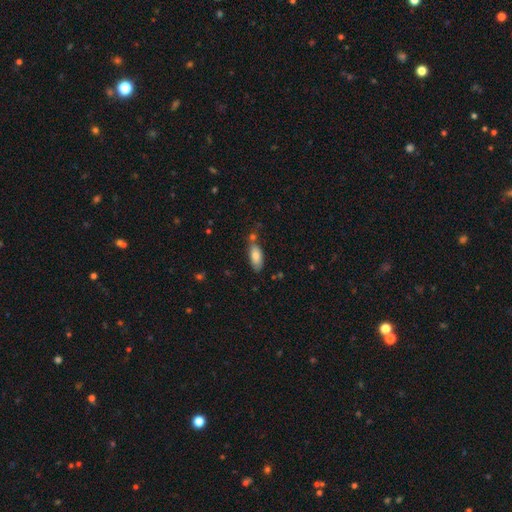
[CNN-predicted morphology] Smooth or featured: smooth — 82% (featured or disk — 11%)
How rounded: in between — 81% (cigar-shaped — 17%)
Merging: none — 63% (minor disturbance — 20%)